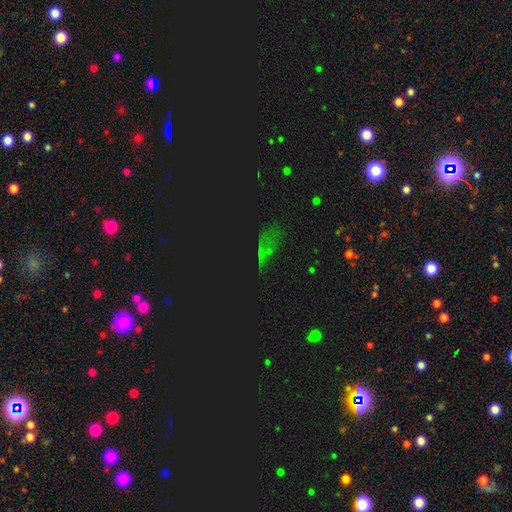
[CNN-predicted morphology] Smooth or featured?
  - star or artifact: 72% *
  - smooth: 19%
  - featured or disk: 10%